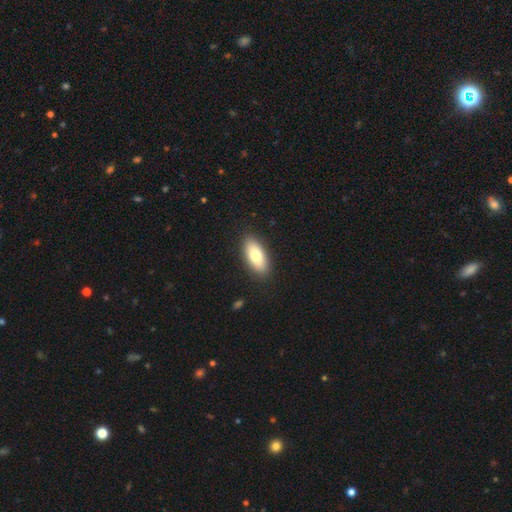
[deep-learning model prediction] Q: Smooth or featured?
A: smooth (75%); runner-up: featured or disk (19%)
Q: How rounded?
A: in between (87%); runner-up: cigar-shaped (11%)
Q: Merging?
A: none (89%); runner-up: minor disturbance (8%)